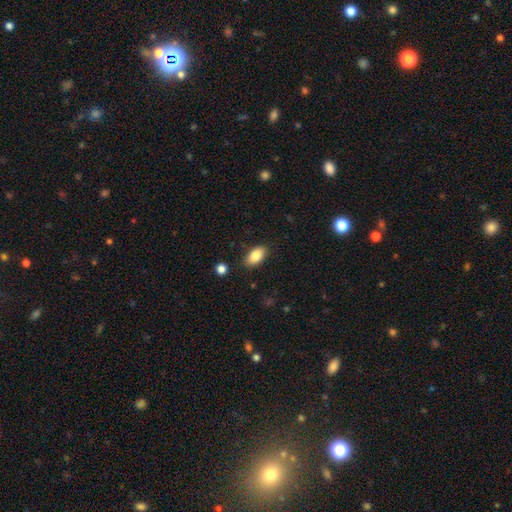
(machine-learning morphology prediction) Smooth or featured? Predicted: smooth (p=0.84). How rounded? Predicted: in between (p=0.92). Merging? Predicted: none (p=0.85).